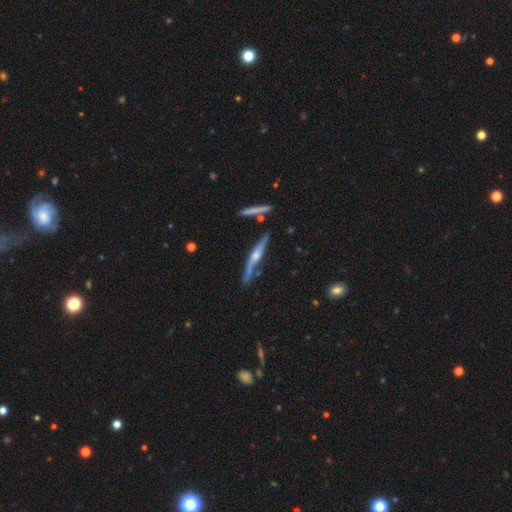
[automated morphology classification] Q: Smooth or featured?
A: featured or disk (75%); runner-up: smooth (19%)
Q: Edge-on disk?
A: yes (96%); runner-up: no (4%)
Q: Edge-on bulge?
A: rounded (83%); runner-up: none (10%)
Q: Merging?
A: none (76%); runner-up: minor disturbance (14%)